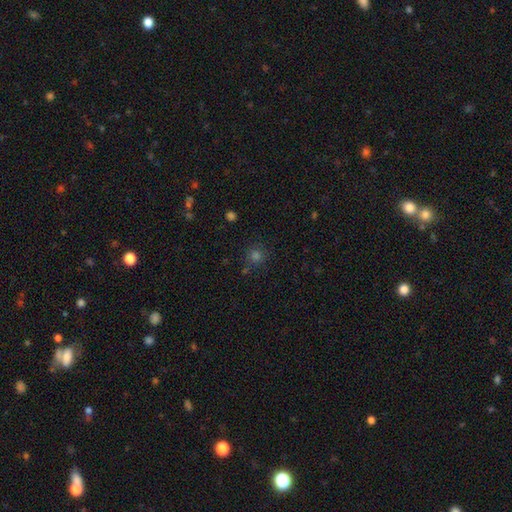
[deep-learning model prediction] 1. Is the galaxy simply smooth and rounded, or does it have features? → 68% smooth, 26% star or artifact, 6% featured or disk.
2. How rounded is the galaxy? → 92% round, 7% in between, 1% cigar-shaped.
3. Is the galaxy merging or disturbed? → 82% none, 9% minor disturbance, 5% merger, 3% major disturbance.